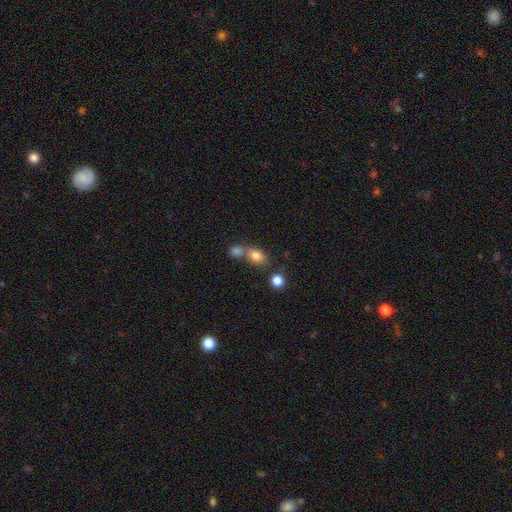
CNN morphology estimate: Smooth or featured? smooth (80%)
How rounded? in between (65%)
Merging? merger (44%)